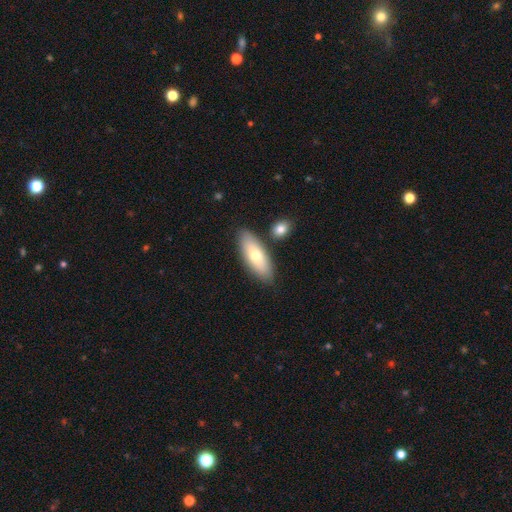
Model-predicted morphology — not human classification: Smooth or featured? Predicted: smooth (p=0.70). How rounded? Predicted: in between (p=0.72). Merging? Predicted: none (p=0.80).